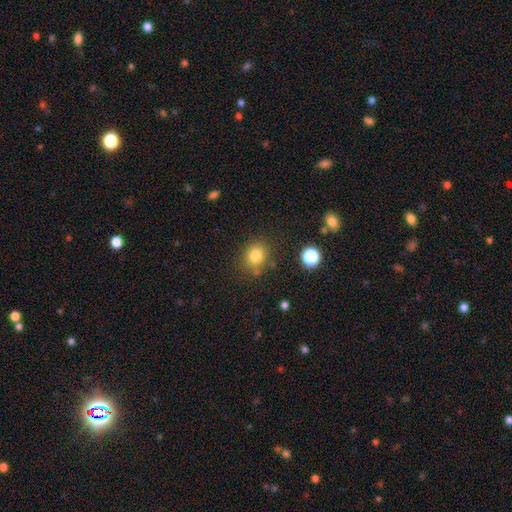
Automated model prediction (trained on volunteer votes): Smooth or featured: smooth — 80% (star or artifact — 13%)
How rounded: round — 72% (in between — 27%)
Merging: none — 79% (minor disturbance — 12%)